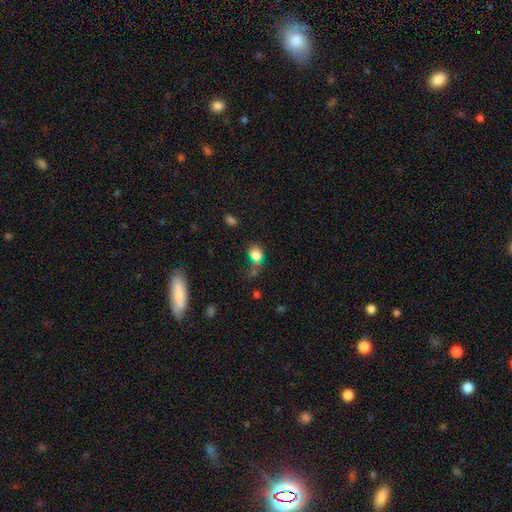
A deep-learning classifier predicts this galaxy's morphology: smooth 78%, star or artifact 14%, featured or disk 9%. Down the decision tree: how rounded — round (54%); merging — none (41%).